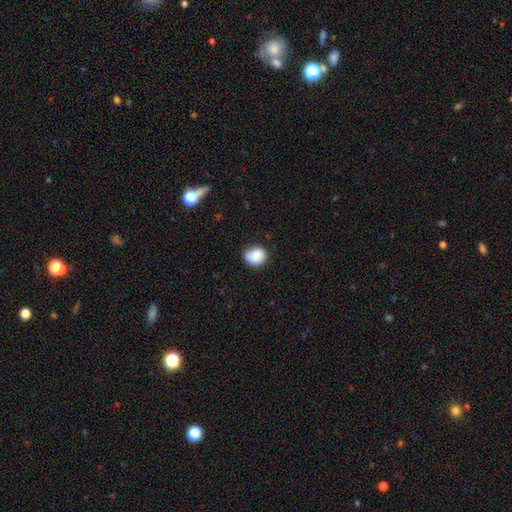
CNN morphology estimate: Smooth or featured? smooth (84%)
How rounded? round (72%)
Merging? none (67%)